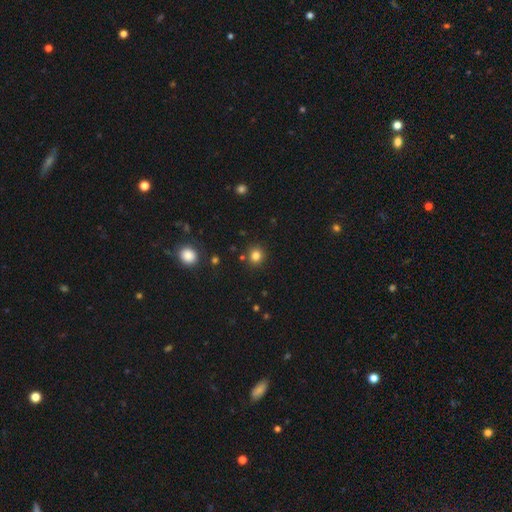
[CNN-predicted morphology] smooth 82%, star or artifact 13%, featured or disk 5%. Down the decision tree: how rounded — round (88%); merging — none (88%).